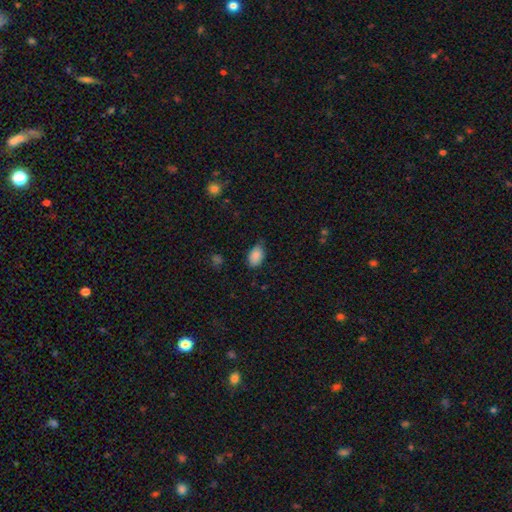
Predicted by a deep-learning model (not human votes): Morphology: type=smooth (88%); roundness=in between (91%); merging=none (71%).